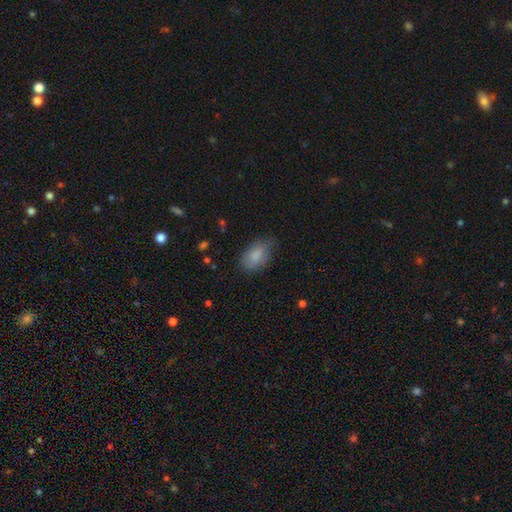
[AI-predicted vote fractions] Smooth or featured? smooth (85%)
How rounded? in between (91%)
Merging? none (70%)